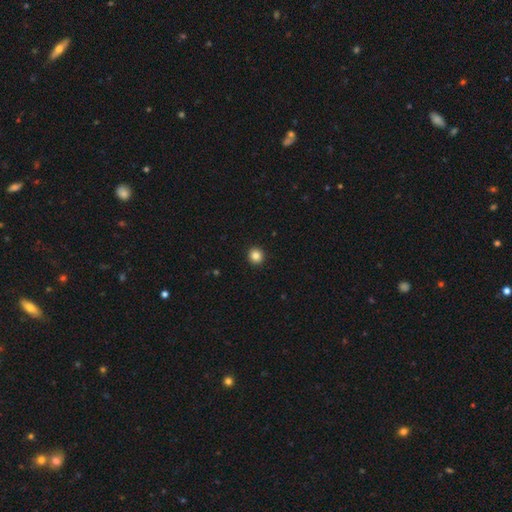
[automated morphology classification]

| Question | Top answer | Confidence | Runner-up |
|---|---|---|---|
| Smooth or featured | smooth | 85% | star or artifact (10%) |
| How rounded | round | 93% | in between (7%) |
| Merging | none | 94% | minor disturbance (4%) |